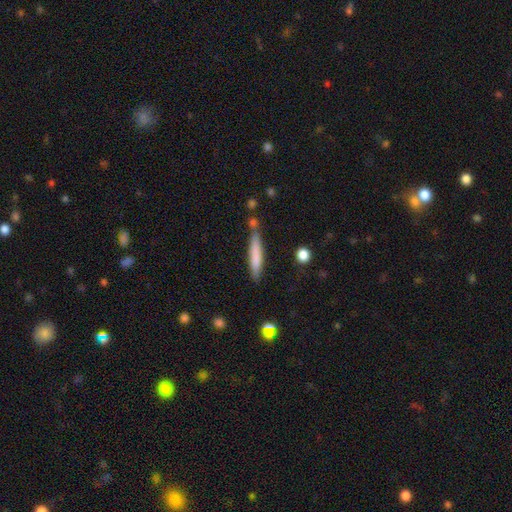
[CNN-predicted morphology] This is likely a smooth galaxy (73%). How rounded: clearly cigar-shaped (92%). Merging: likely none (72%).